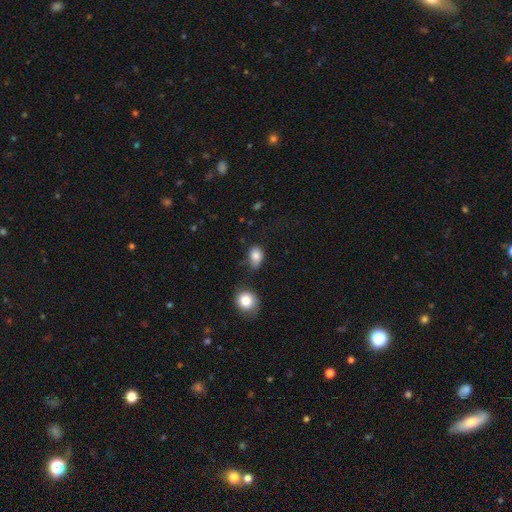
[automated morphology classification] smooth 82%, star or artifact 10%, featured or disk 8%. Down the decision tree: how rounded — in between (64%); merging — none (43%).